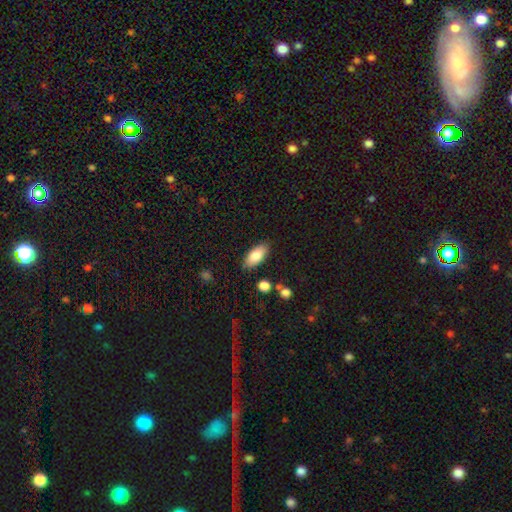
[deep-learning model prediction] Smooth or featured? Predicted: smooth (p=0.86). How rounded? Predicted: in between (p=0.88). Merging? Predicted: none (p=0.85).